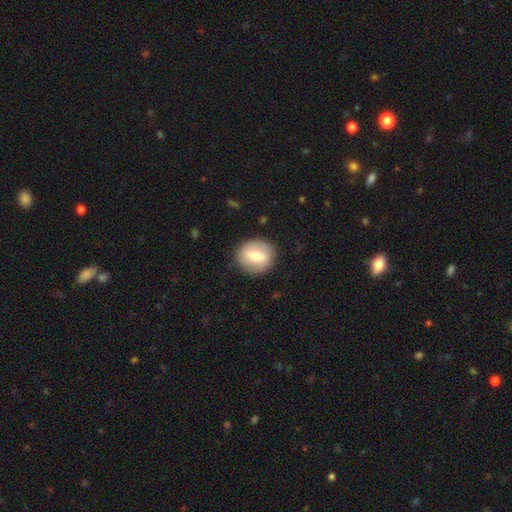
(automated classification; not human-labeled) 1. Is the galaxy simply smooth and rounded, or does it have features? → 61% smooth, 33% featured or disk, 7% star or artifact.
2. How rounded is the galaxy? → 84% round, 15% in between, 1% cigar-shaped.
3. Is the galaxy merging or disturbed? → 87% none, 9% minor disturbance, 3% major disturbance, 1% merger.